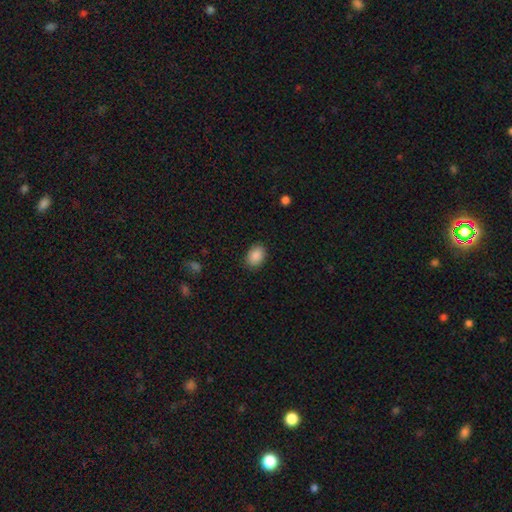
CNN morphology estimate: Q: Smooth or featured?
A: smooth (89%); runner-up: star or artifact (8%)
Q: How rounded?
A: in between (74%); runner-up: round (25%)
Q: Merging?
A: none (88%); runner-up: minor disturbance (9%)